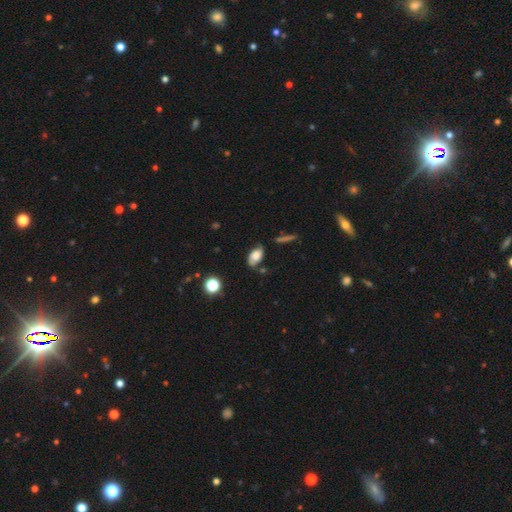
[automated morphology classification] Smooth or featured? smooth (64%)
How rounded? in between (89%)
Merging? none (63%)